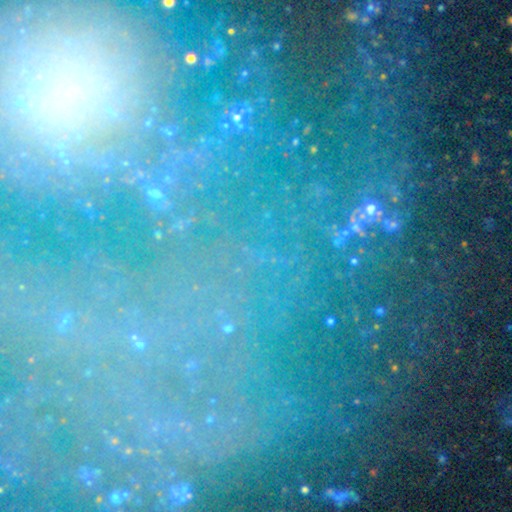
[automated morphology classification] A star or artifact, not a galaxy (70%).